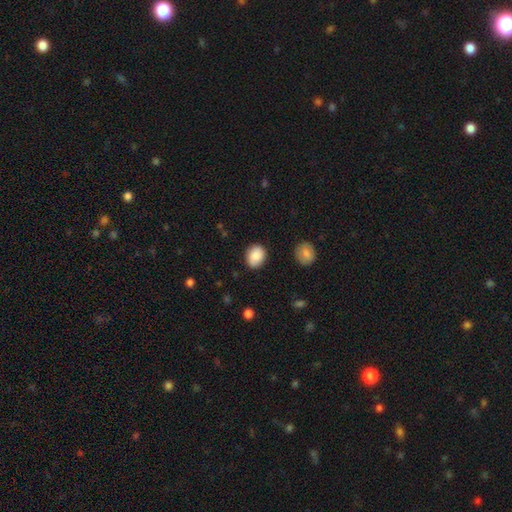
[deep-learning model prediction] This is clearly a smooth galaxy (87%). How rounded: possibly in between (53%). Merging: clearly none (85%).